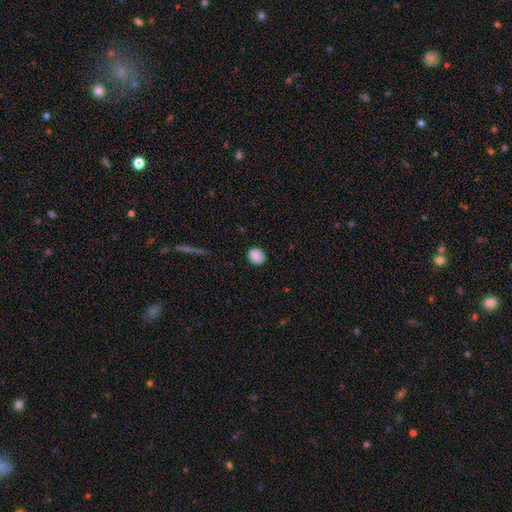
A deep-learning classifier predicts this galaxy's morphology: The model was most divided on "how rounded": round: 64%, in between: 35%, cigar-shaped: 1%. More confident: smooth or featured — smooth (88%); merging — none (86%).